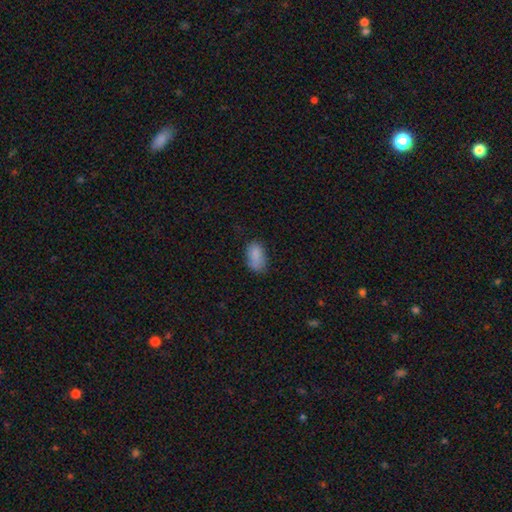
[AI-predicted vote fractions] This appears to be a smooth galaxy with no disk features (85%) that is in between round and cigar-shaped (92%). Merging: none (64%).